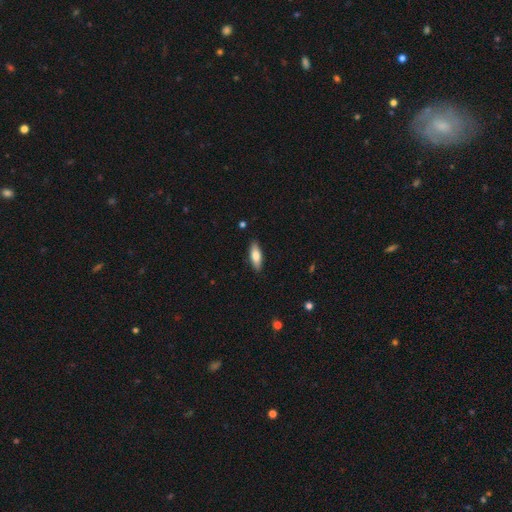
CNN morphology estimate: This appears to be a smooth galaxy with no disk features (75%) that is in between round and cigar-shaped (63%). Merging: none (88%).